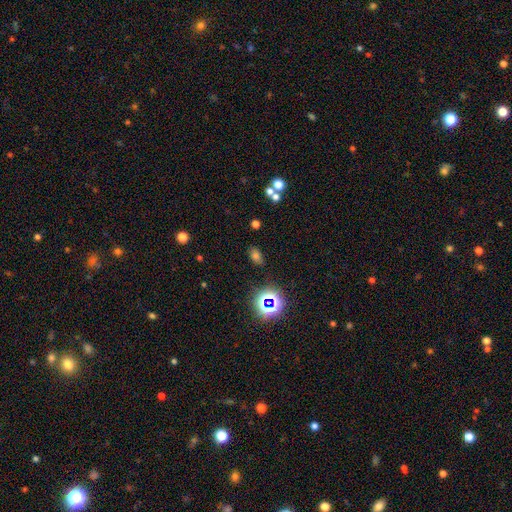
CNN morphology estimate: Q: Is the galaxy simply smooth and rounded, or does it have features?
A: smooth — 60%.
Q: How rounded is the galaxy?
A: in between — 79%.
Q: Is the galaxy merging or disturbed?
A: none — 83%.